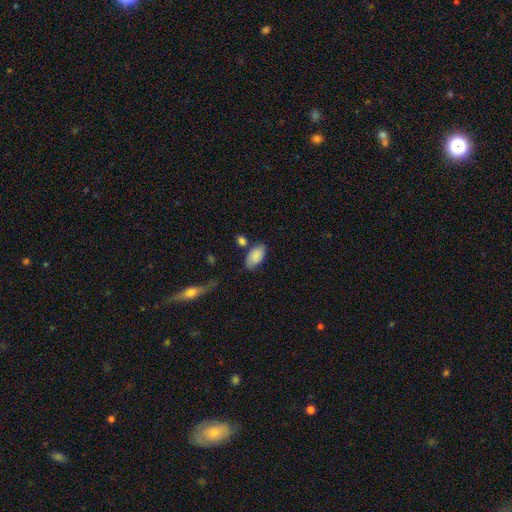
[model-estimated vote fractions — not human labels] The model was most divided on "merging": none: 68%, minor disturbance: 17%, merger: 10%, major disturbance: 5%. More confident: how rounded — in between (94%); smooth or featured — smooth (85%).